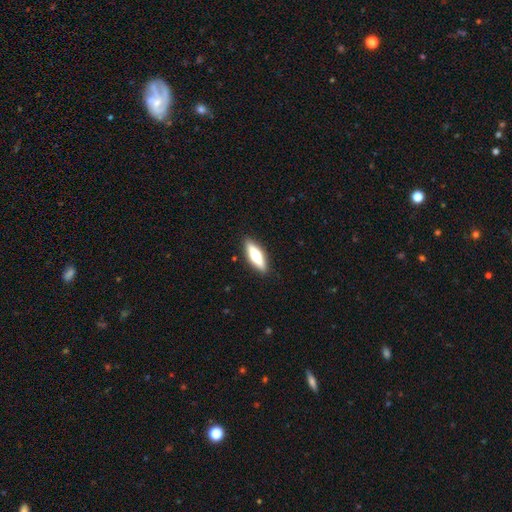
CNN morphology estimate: Smooth or featured: smooth — 51% (featured or disk — 43%)
How rounded: cigar-shaped — 49% (in between — 48%)
Merging: none — 89% (minor disturbance — 8%)